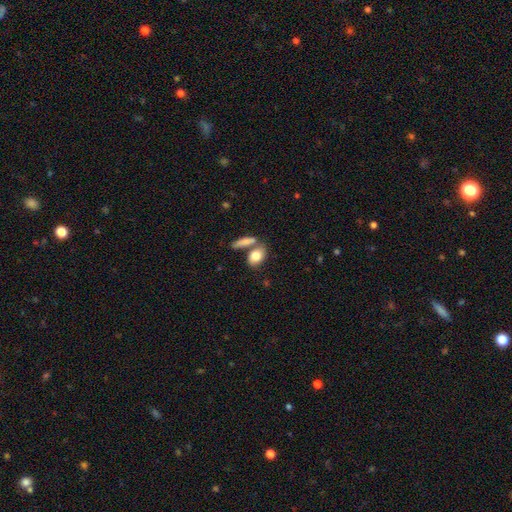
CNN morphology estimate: type=smooth (81%); roundness=in between (81%); merging=none (47%).